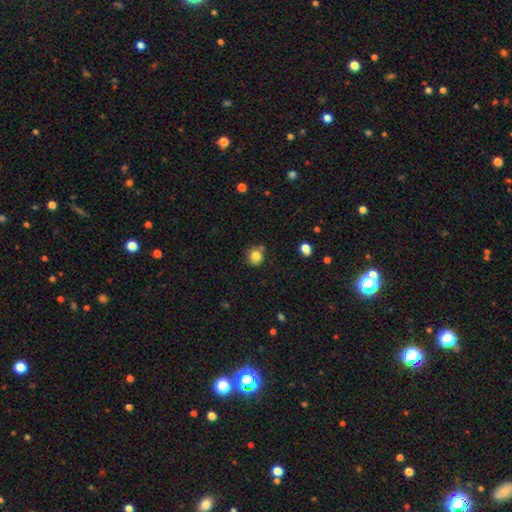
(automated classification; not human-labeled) Q: Smooth or featured?
A: smooth (82%); runner-up: star or artifact (11%)
Q: How rounded?
A: round (84%); runner-up: in between (15%)
Q: Merging?
A: none (71%); runner-up: minor disturbance (17%)